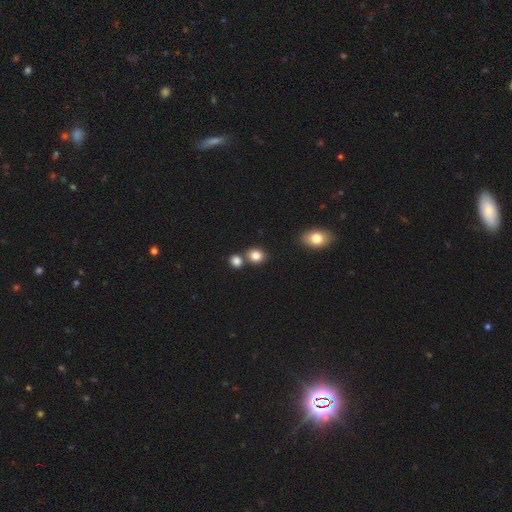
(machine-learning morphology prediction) Smooth or featured? smooth (83%)
How rounded? round (65%)
Merging? none (66%)